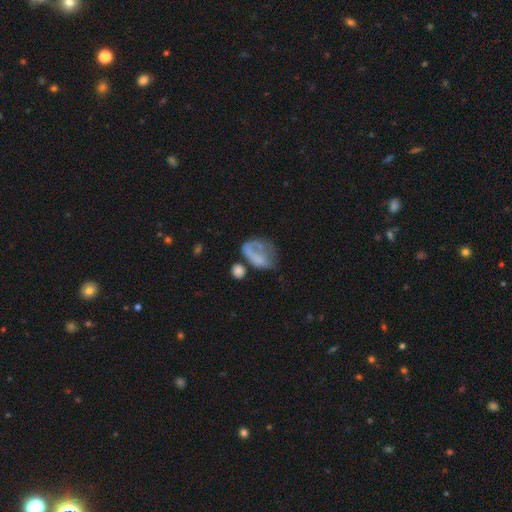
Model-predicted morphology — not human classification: Smooth or featured? Predicted: smooth (p=0.51). How rounded? Predicted: in between (p=0.75). Merging? Predicted: major disturbance (p=0.41).